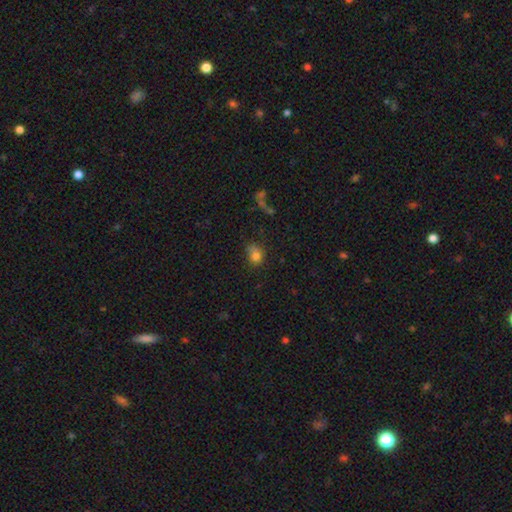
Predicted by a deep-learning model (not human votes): A smooth galaxy with no disk features (79%) that is round (55%). Merging: none (53%).